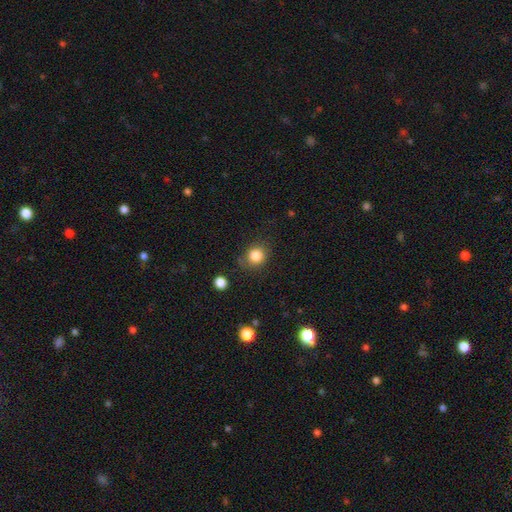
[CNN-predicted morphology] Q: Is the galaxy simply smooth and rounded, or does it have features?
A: smooth — 84%.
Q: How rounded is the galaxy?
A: round — 79%.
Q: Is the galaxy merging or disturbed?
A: none — 78%.